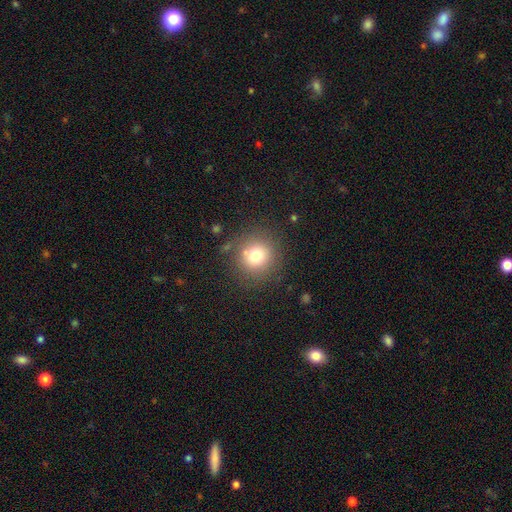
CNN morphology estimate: A smooth galaxy with no disk features (74%) that is round (91%). Merging: none (80%).